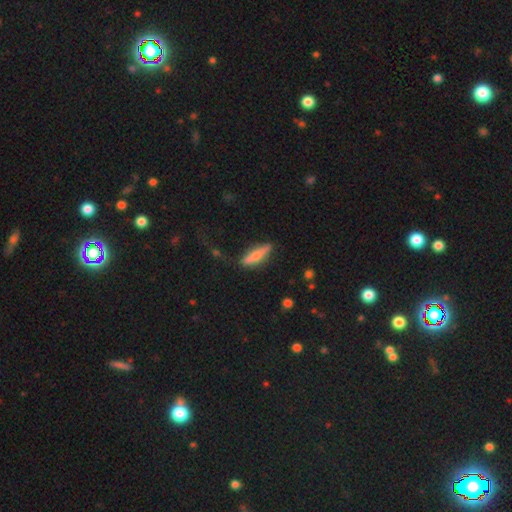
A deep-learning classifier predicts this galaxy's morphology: A smooth galaxy with no disk features (53%) that is cigar-shaped (71%).

Vote fractions:
- Smooth or featured? smooth: 53% / featured or disk: 40% / star or artifact: 7%
- How rounded? cigar-shaped: 71% / in between: 27% / round: 2%
- Merging? none: 73% / minor disturbance: 18% / major disturbance: 6% / merger: 3%